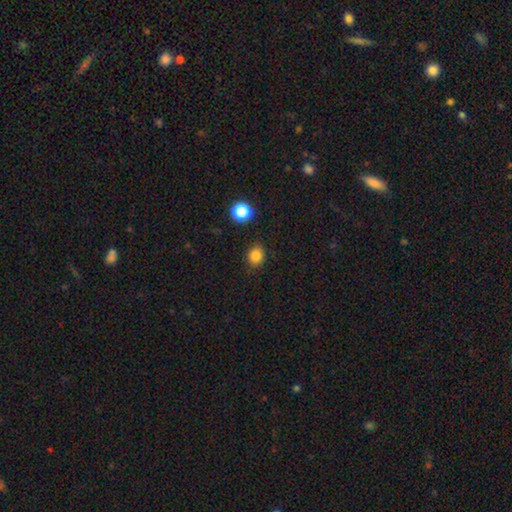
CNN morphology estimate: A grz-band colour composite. It shows a smooth galaxy with no disk features (83%) that is round (67%). Merging: none (86%).